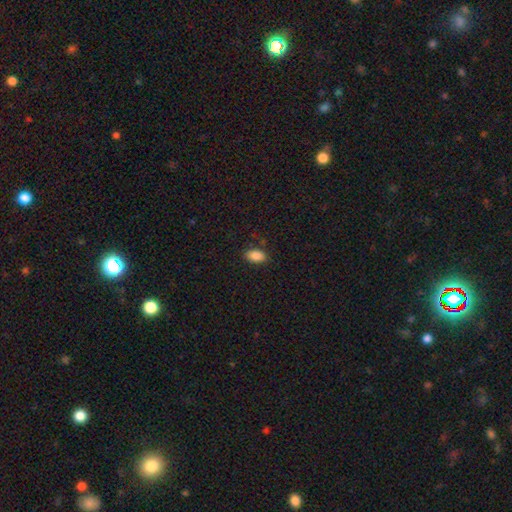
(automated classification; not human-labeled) Smooth or featured? Predicted: smooth (p=0.88). How rounded? Predicted: in between (p=0.91). Merging? Predicted: none (p=0.84).